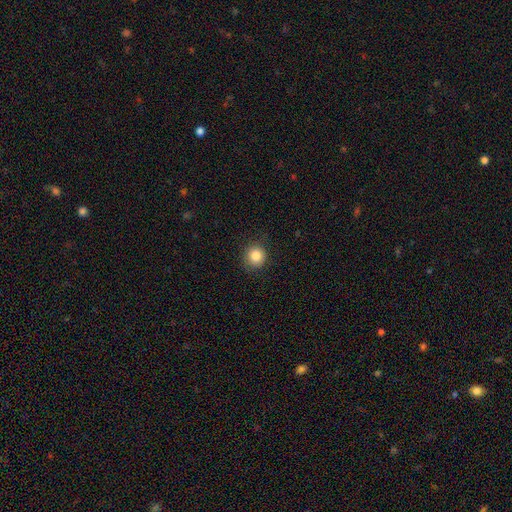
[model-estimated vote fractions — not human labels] Q: Smooth or featured?
A: smooth (84%); runner-up: star or artifact (10%)
Q: How rounded?
A: round (91%); runner-up: in between (8%)
Q: Merging?
A: none (87%); runner-up: minor disturbance (10%)